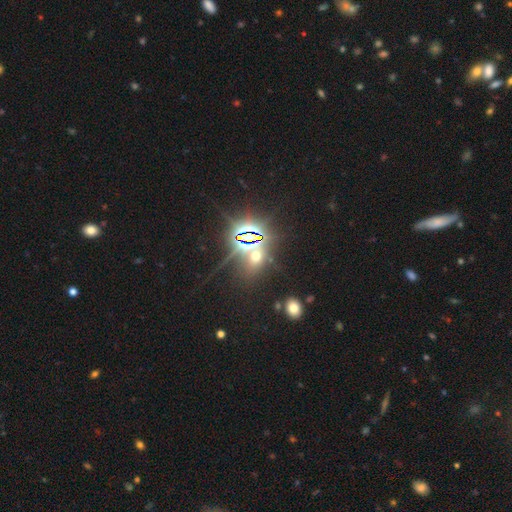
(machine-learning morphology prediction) The model was most divided on "smooth or featured": star or artifact: 59%, smooth: 30%, featured or disk: 10%.